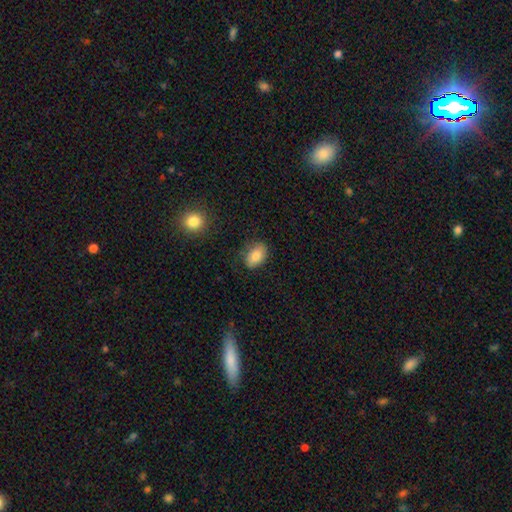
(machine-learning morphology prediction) Smooth or featured?
  - smooth: 84% *
  - featured or disk: 8%
  - star or artifact: 8%
How rounded?
  - in between: 88% *
  - round: 11%
  - cigar-shaped: 1%
Merging?
  - none: 77% *
  - minor disturbance: 17%
  - major disturbance: 4%
  - merger: 2%